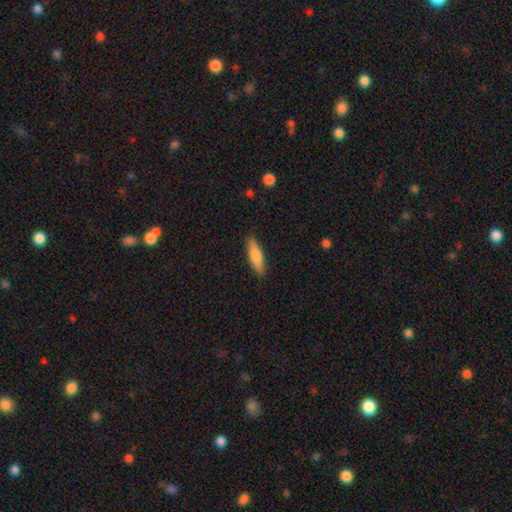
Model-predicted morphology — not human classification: smooth_or_featured: smooth (p=0.76) [alt: featured or disk p=0.19]
how_rounded: cigar-shaped (p=0.63) [alt: in between p=0.35]
merging: none (p=0.88) [alt: minor disturbance p=0.09]